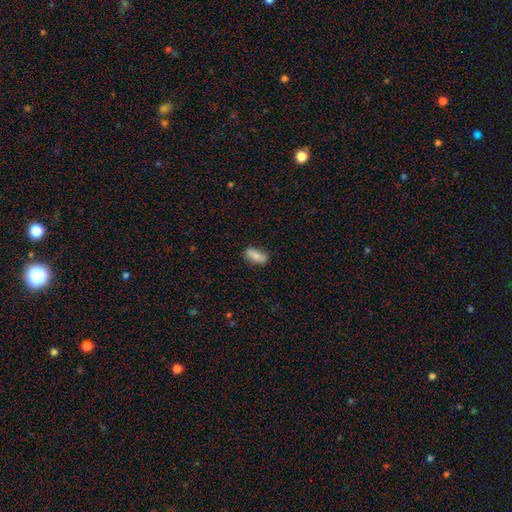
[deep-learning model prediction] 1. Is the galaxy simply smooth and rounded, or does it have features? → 73% smooth, 20% featured or disk, 7% star or artifact.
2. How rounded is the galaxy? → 83% in between, 13% cigar-shaped, 4% round.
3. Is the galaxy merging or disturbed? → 79% none, 16% minor disturbance, 3% major disturbance, 2% merger.